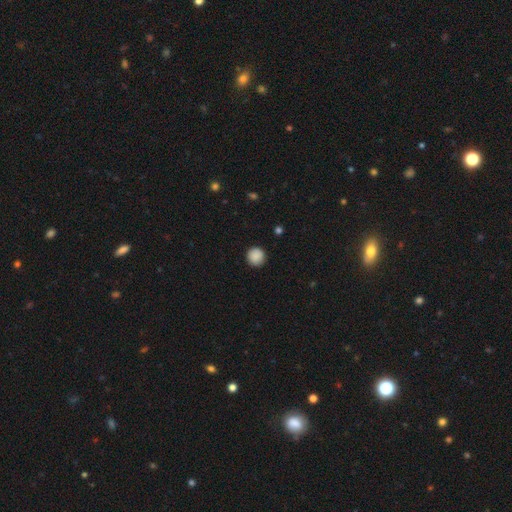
Volunteers were most divided on "smooth or featured": smooth: 92%, star or artifact: 8%, featured or disk: 0%. More confident: merging — none (100%); how rounded — round (97%).